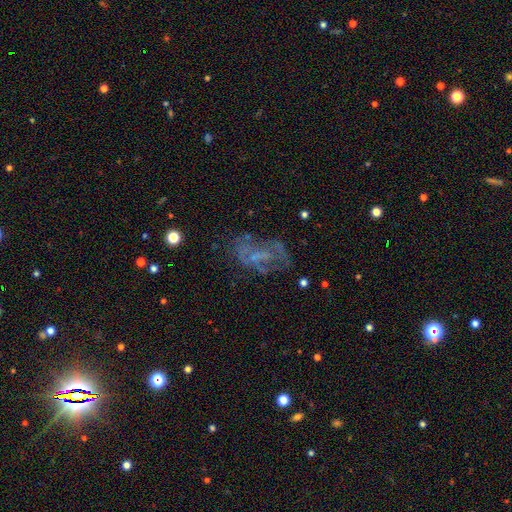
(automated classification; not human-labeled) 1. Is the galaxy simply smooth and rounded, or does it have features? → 58% featured or disk, 22% star or artifact, 21% smooth.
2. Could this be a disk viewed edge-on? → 95% no, 5% yes.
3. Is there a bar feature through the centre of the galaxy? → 56% no, 33% weak, 11% strong.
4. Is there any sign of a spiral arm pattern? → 55% yes, 45% no.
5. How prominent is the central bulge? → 46% none, 41% small, 11% moderate, 2% large, 1% dominant.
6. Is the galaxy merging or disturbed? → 55% none, 22% major disturbance, 19% minor disturbance, 4% merger.